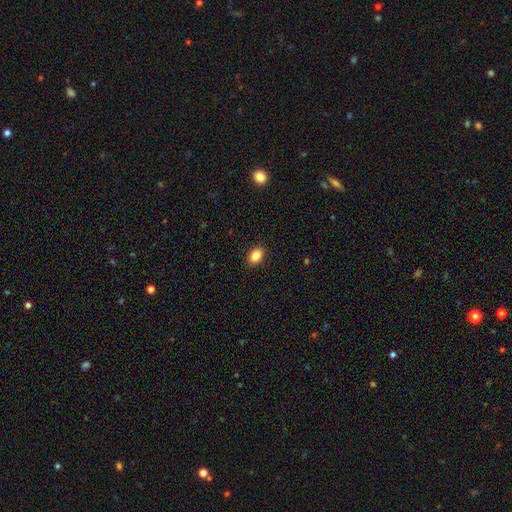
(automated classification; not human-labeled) Q: Smooth or featured?
A: smooth (85%); runner-up: star or artifact (9%)
Q: How rounded?
A: in between (76%); runner-up: round (23%)
Q: Merging?
A: none (90%); runner-up: minor disturbance (7%)